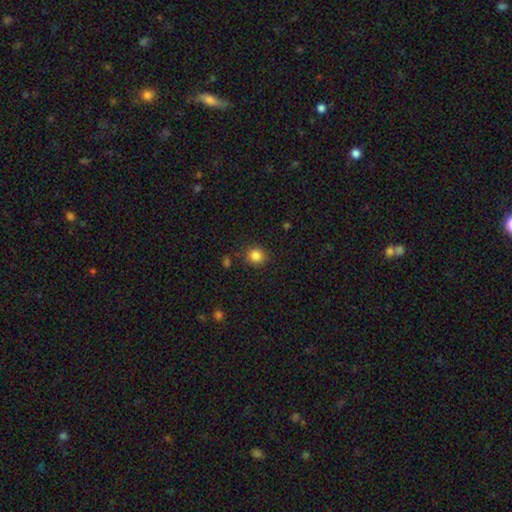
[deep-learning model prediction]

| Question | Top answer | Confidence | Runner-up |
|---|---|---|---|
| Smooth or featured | smooth | 84% | star or artifact (11%) |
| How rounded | round | 87% | in between (12%) |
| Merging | none | 86% | minor disturbance (9%) |